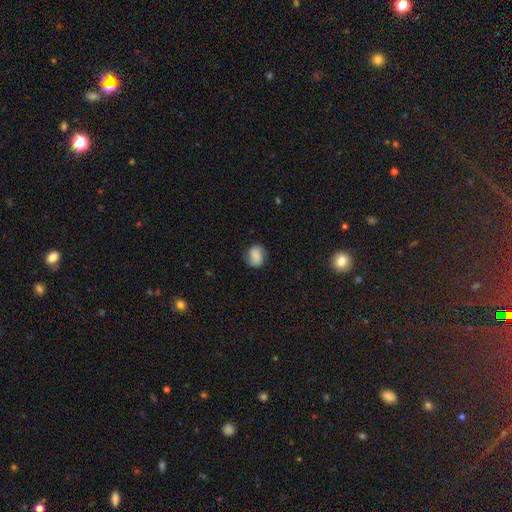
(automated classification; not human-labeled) This appears to be a smooth galaxy with no disk features (67%) that is round (58%). Merging: none (74%).